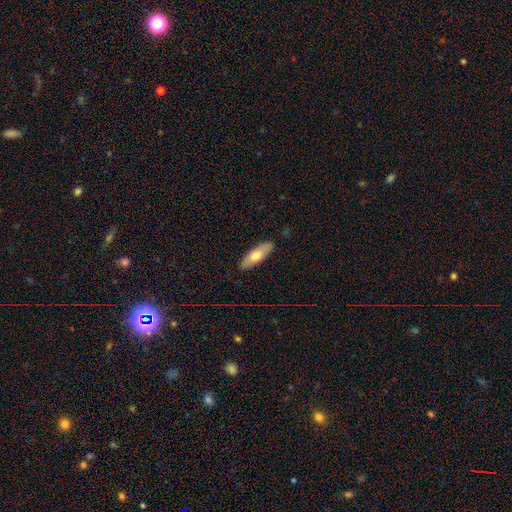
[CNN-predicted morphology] This appears to be a smooth galaxy with no disk features (66%) that is in between round and cigar-shaped (61%). Merging: none (88%).